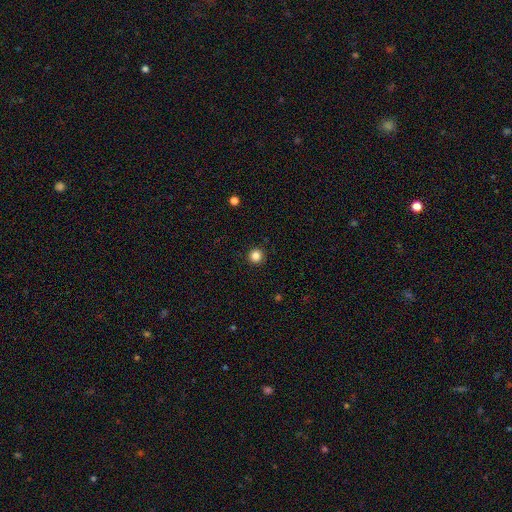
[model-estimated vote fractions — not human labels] Smooth or featured? smooth (85%)
How rounded? round (96%)
Merging? none (93%)